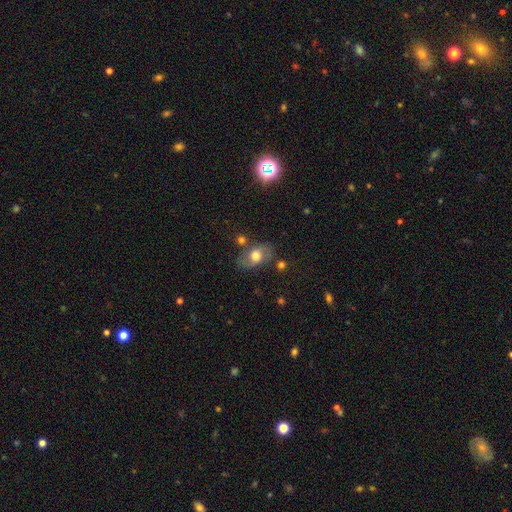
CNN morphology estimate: A smooth galaxy with no disk features (61%) that is in between round and cigar-shaped (80%). Merging: none (67%).